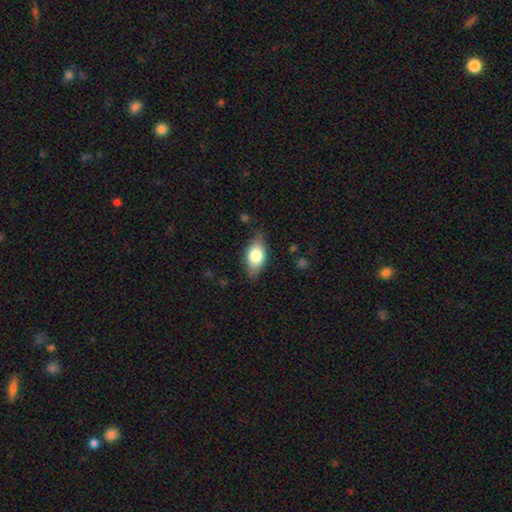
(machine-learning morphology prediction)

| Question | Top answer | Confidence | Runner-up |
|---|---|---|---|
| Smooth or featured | smooth | 67% | featured or disk (26%) |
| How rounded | in between | 85% | round (8%) |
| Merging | none | 75% | minor disturbance (19%) |